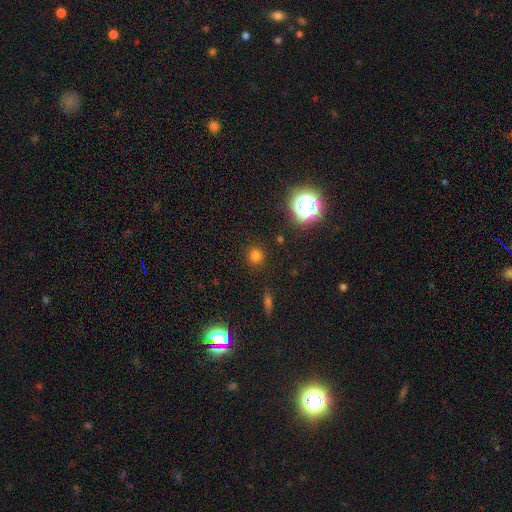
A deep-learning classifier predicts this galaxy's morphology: type=smooth (75%); roundness=round (90%); merging=none (88%).